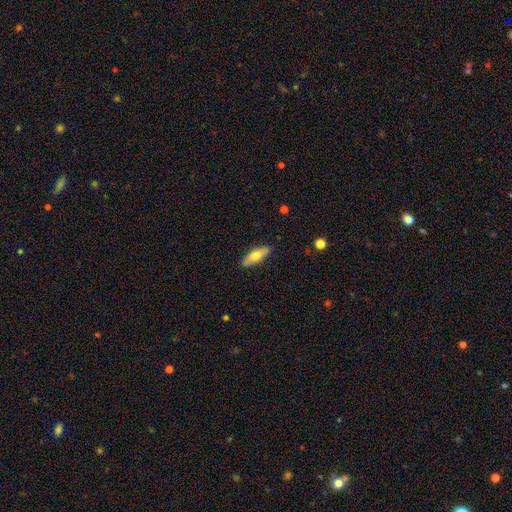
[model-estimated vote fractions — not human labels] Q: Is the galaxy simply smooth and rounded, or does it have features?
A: smooth — 67%.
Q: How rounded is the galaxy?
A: in between — 61%.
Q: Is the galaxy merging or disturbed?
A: none — 87%.